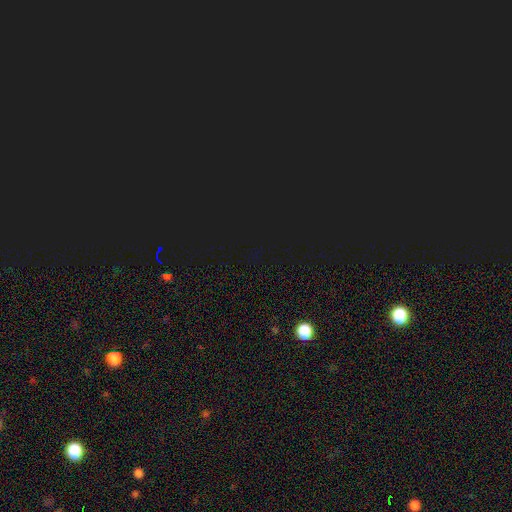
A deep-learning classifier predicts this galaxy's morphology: type=star or artifact (80%).